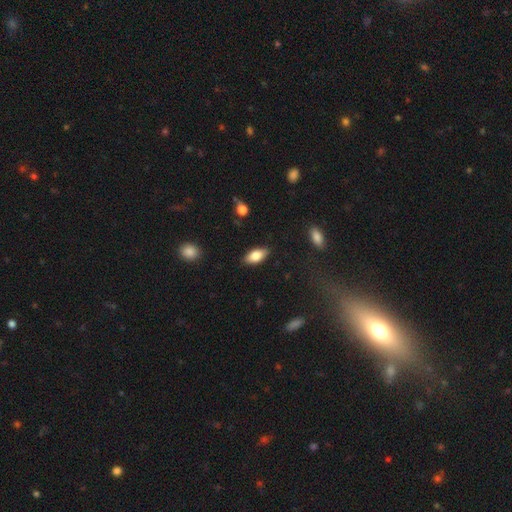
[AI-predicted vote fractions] Q: Smooth or featured?
A: smooth (77%); runner-up: featured or disk (16%)
Q: How rounded?
A: in between (88%); runner-up: cigar-shaped (9%)
Q: Merging?
A: none (87%); runner-up: minor disturbance (10%)